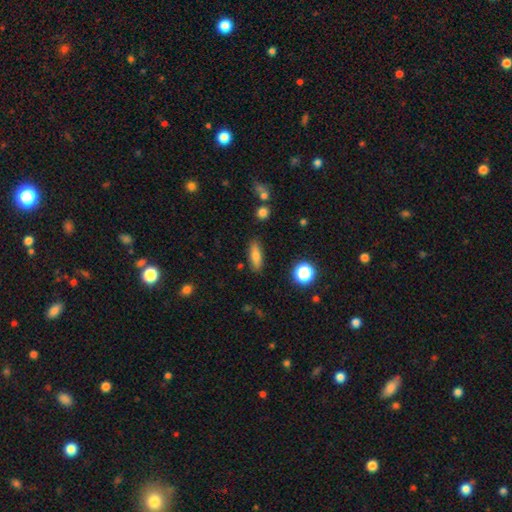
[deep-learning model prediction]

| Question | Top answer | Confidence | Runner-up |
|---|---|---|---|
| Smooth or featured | smooth | 76% | featured or disk (14%) |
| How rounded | in between | 52% | cigar-shaped (43%) |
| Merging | none | 86% | minor disturbance (10%) |